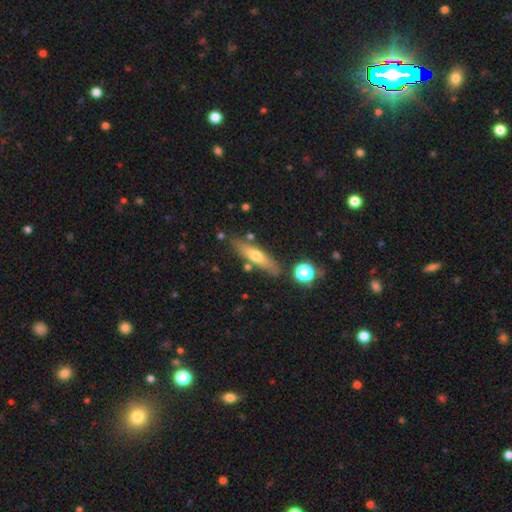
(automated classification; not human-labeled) Smooth or featured? smooth (53%)
How rounded? cigar-shaped (76%)
Merging? none (79%)